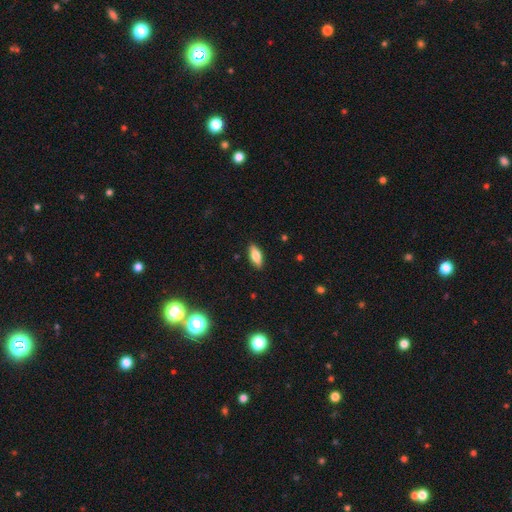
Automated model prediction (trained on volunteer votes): The model was most divided on "smooth or featured": smooth: 74%, featured or disk: 19%, star or artifact: 7%. More confident: merging — none (88%); how rounded — in between (77%).